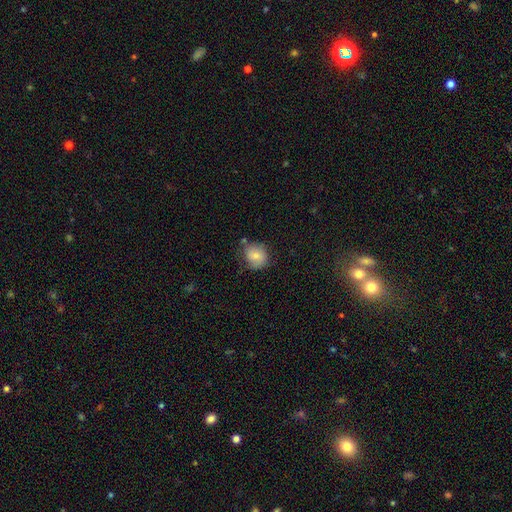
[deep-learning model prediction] Smooth or featured? smooth (74%)
How rounded? round (68%)
Merging? none (63%)